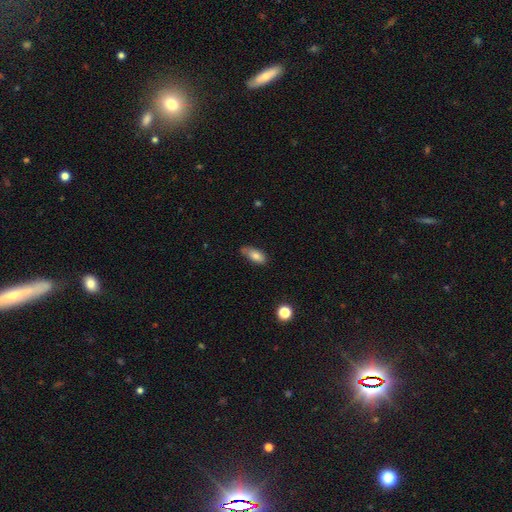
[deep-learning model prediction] smooth 79%, featured or disk 13%, star or artifact 8%. Down the decision tree: how rounded — in between (81%); merging — none (59%).